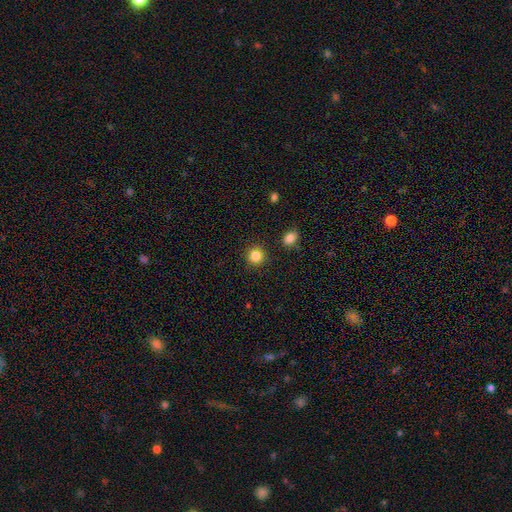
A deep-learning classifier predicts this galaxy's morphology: A smooth galaxy with no disk features (85%) that is round (92%).

Vote fractions:
- Smooth or featured? smooth: 85% / star or artifact: 11% / featured or disk: 4%
- How rounded? round: 92% / in between: 7% / cigar-shaped: 1%
- Merging? none: 90% / minor disturbance: 6% / merger: 2% / major disturbance: 2%